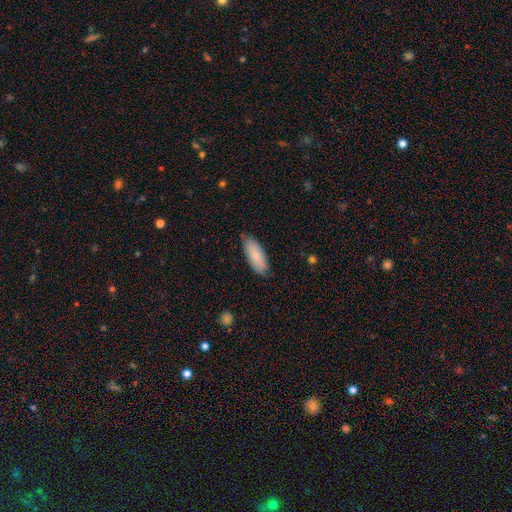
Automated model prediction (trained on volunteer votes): This appears to be a smooth galaxy with no disk features (85%) that is in between round and cigar-shaped (71%). Merging: none (79%).